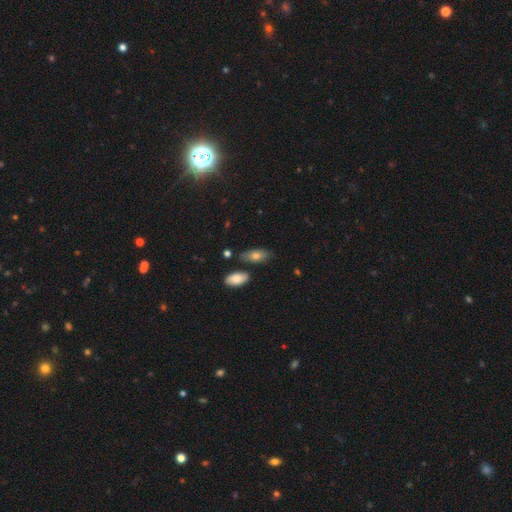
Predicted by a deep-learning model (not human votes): A smooth galaxy with no disk features (75%) that is in between round and cigar-shaped (85%). Merging: none (72%).